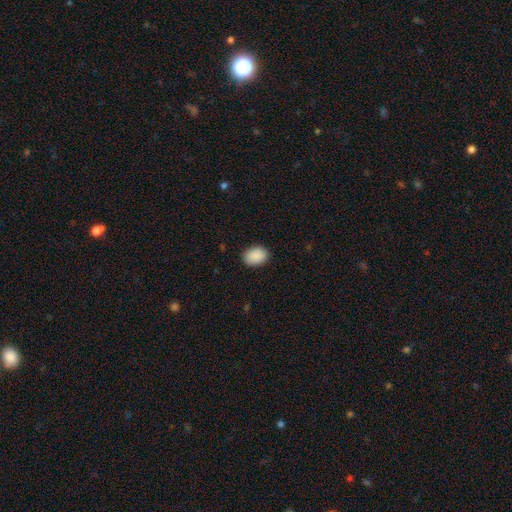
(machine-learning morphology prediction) type=smooth (90%); roundness=in between (75%); merging=none (88%).